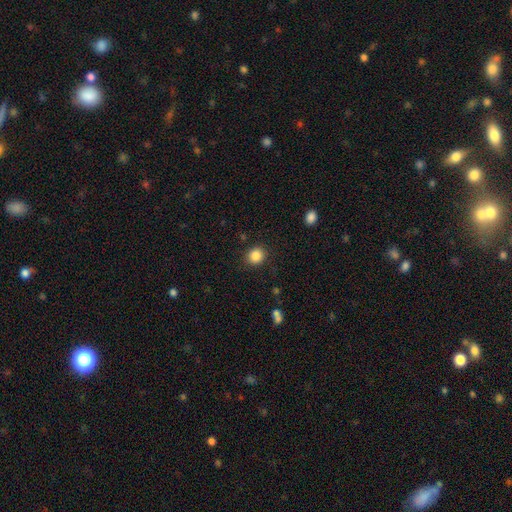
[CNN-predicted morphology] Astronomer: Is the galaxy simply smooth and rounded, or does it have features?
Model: smooth — 86%.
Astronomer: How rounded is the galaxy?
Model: round — 83%.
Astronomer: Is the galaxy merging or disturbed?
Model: none — 89%.